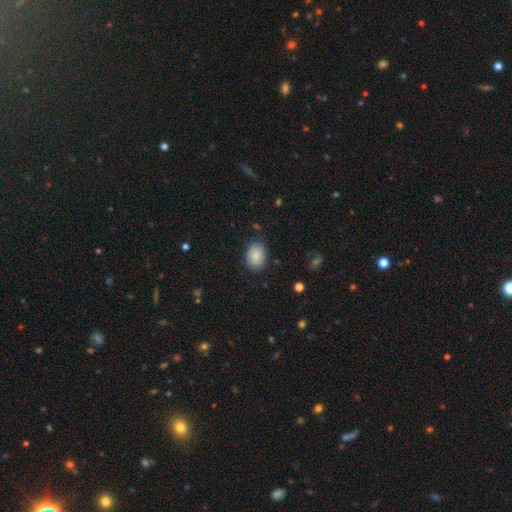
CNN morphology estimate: Smooth or featured? smooth (85%)
How rounded? in between (73%)
Merging? none (80%)